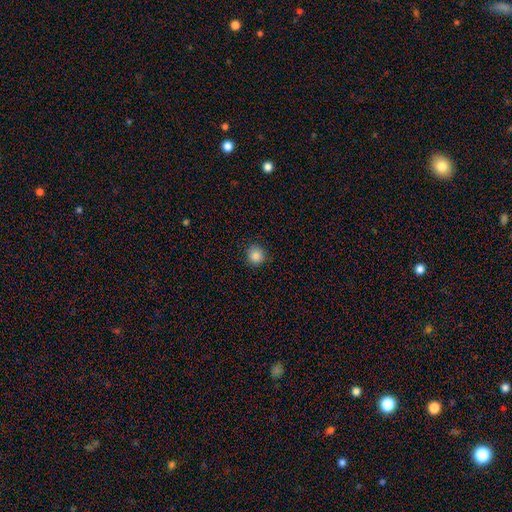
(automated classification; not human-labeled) The model was most divided on "smooth or featured": smooth: 86%, star or artifact: 10%, featured or disk: 3%. More confident: how rounded — round (92%); merging — none (89%).